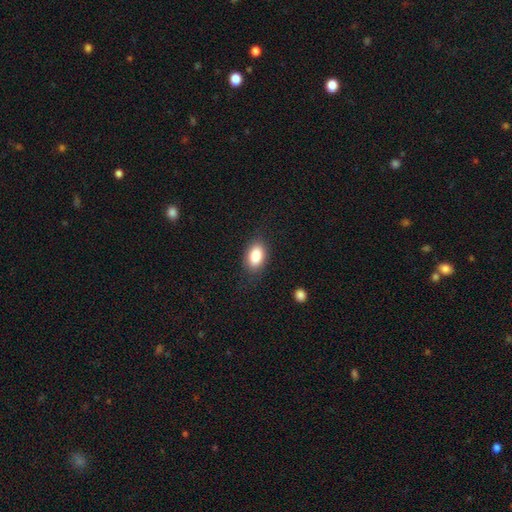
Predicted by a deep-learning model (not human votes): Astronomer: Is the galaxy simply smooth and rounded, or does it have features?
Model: smooth — 87%.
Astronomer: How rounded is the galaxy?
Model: in between — 90%.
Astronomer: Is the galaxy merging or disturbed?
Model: none — 83%.